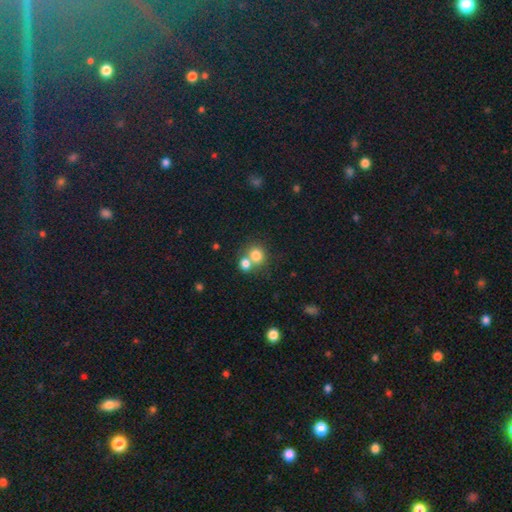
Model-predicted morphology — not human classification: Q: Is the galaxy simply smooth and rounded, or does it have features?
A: smooth — 78%.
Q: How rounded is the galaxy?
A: round — 80%.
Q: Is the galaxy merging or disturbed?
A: merger — 46%.